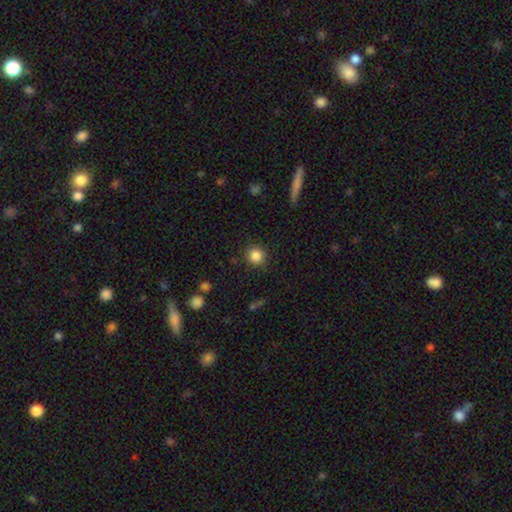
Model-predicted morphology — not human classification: type=smooth (86%); roundness=round (92%); merging=none (88%).